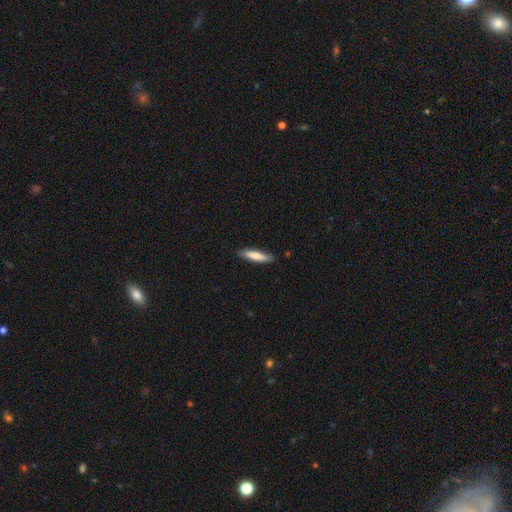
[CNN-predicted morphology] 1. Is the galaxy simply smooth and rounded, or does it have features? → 75% smooth, 20% featured or disk, 6% star or artifact.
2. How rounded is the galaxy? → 81% cigar-shaped, 18% in between, 1% round.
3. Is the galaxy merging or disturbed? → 84% none, 13% minor disturbance, 2% major disturbance, 1% merger.